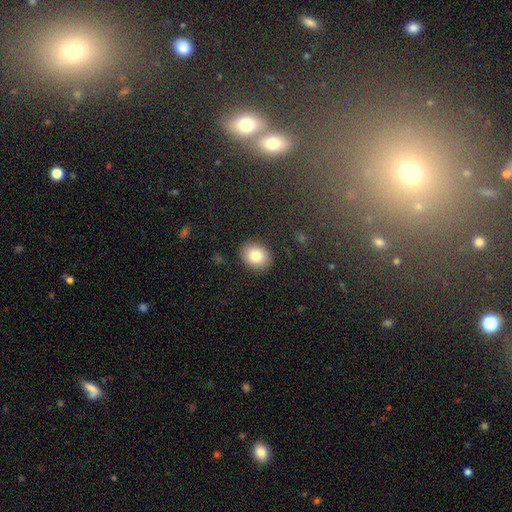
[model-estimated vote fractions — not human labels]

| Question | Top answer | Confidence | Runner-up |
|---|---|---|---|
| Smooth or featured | smooth | 82% | featured or disk (9%) |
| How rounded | round | 51% | in between (48%) |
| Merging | none | 88% | minor disturbance (8%) |